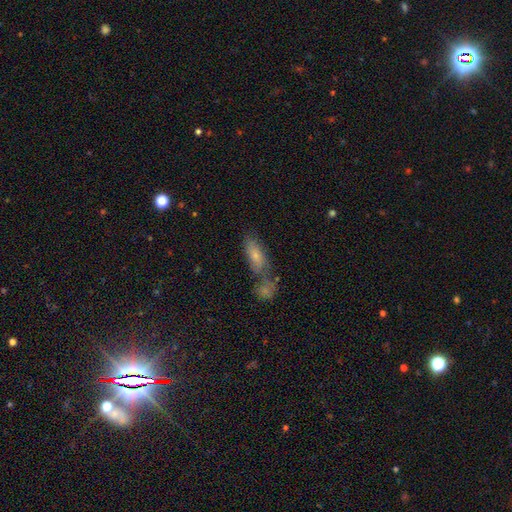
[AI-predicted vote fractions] Overall: smooth (71%). How rounded: in between (75%). Merging: none (45%; merger 34%).